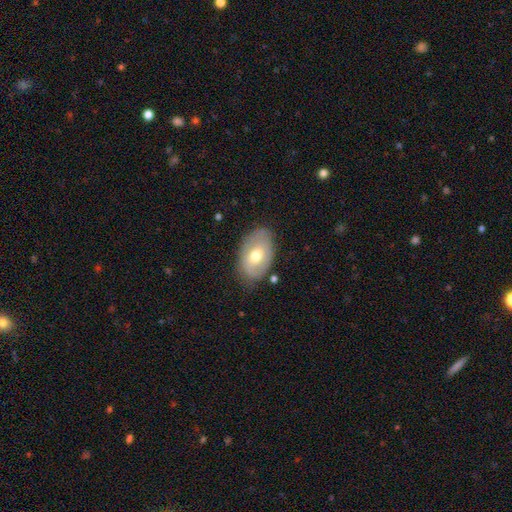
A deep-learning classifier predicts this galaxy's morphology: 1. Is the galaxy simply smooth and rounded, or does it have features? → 52% smooth, 41% featured or disk, 7% star or artifact.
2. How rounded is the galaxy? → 89% in between, 10% round, 1% cigar-shaped.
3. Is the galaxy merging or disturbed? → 73% none, 20% minor disturbance, 5% major disturbance, 2% merger.